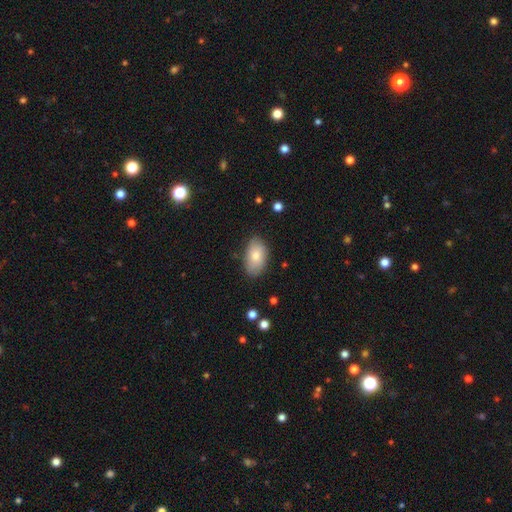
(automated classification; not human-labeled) The model was most divided on "merging": none: 78%, minor disturbance: 17%, major disturbance: 3%, merger: 1%. More confident: how rounded — in between (93%); smooth or featured — smooth (78%).